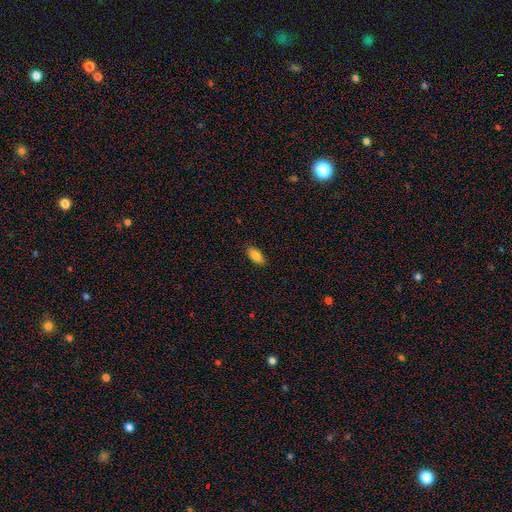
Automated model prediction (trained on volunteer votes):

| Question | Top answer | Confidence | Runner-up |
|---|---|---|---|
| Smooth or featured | smooth | 86% | featured or disk (7%) |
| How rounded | in between | 87% | cigar-shaped (10%) |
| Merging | none | 88% | minor disturbance (9%) |